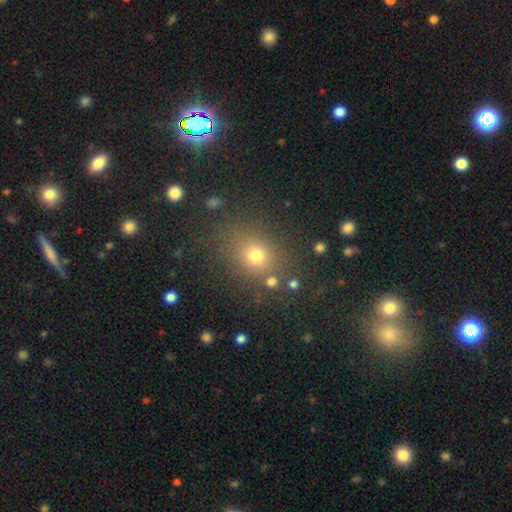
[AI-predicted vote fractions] Smooth or featured? smooth (72%)
How rounded? round (66%)
Merging? none (77%)